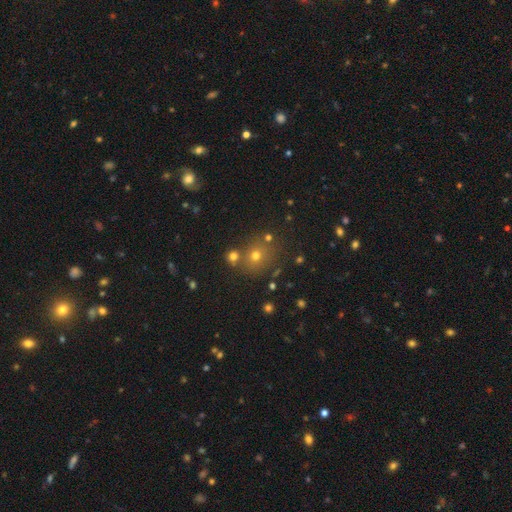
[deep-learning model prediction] This appears to be a smooth galaxy with no disk features (64%) that is round (82%). Merging: none (73%).